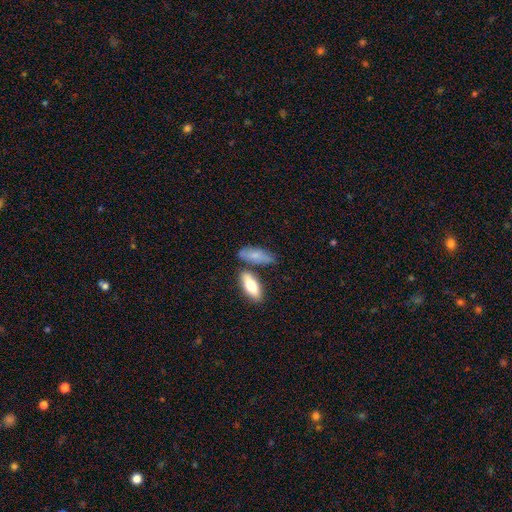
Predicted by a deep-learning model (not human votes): A smooth galaxy with no disk features (73%) that is in between round and cigar-shaped (69%).

Vote fractions:
- Smooth or featured? smooth: 73% / featured or disk: 20% / star or artifact: 7%
- How rounded? in between: 69% / cigar-shaped: 27% / round: 4%
- Merging? none: 53% / minor disturbance: 23% / merger: 18% / major disturbance: 7%